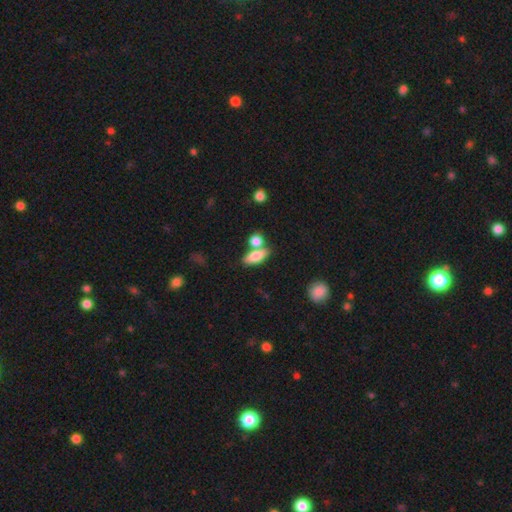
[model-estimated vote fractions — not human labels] Smooth or featured? smooth (77%)
How rounded? in between (74%)
Merging? none (51%)